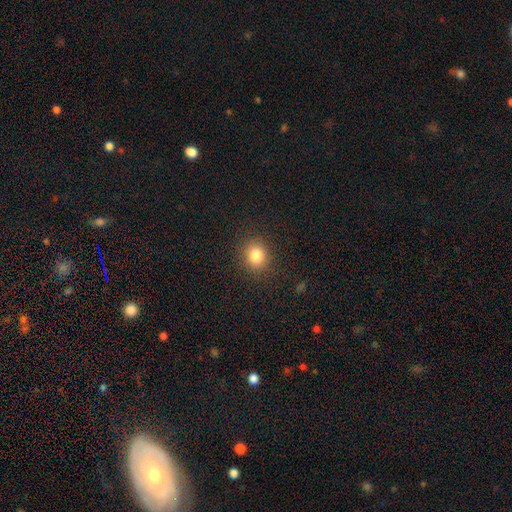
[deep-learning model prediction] Smooth or featured?
  - smooth: 82% *
  - star or artifact: 12%
  - featured or disk: 6%
How rounded?
  - round: 78% *
  - in between: 21%
  - cigar-shaped: 1%
Merging?
  - none: 88% *
  - minor disturbance: 8%
  - major disturbance: 3%
  - merger: 1%